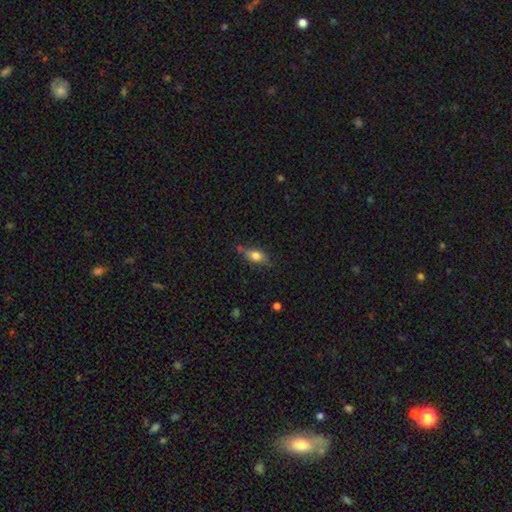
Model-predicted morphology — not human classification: This appears to be a smooth galaxy with no disk features (74%) that is in between round and cigar-shaped (79%). Merging: none (64%).